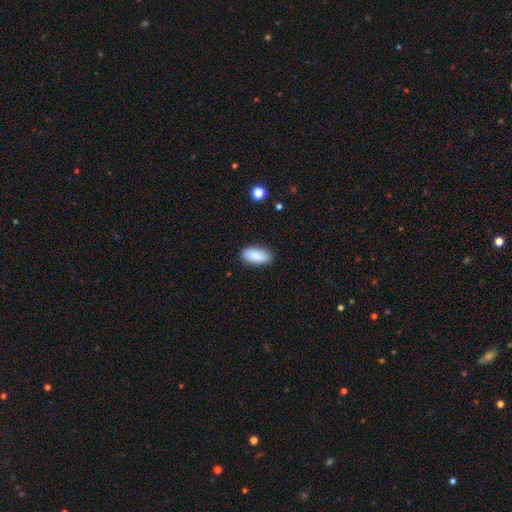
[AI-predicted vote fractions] smooth_or_featured: smooth (p=0.89) [alt: star or artifact p=0.06]
how_rounded: in between (p=0.88) [alt: cigar-shaped p=0.09]
merging: none (p=0.87) [alt: minor disturbance p=0.10]